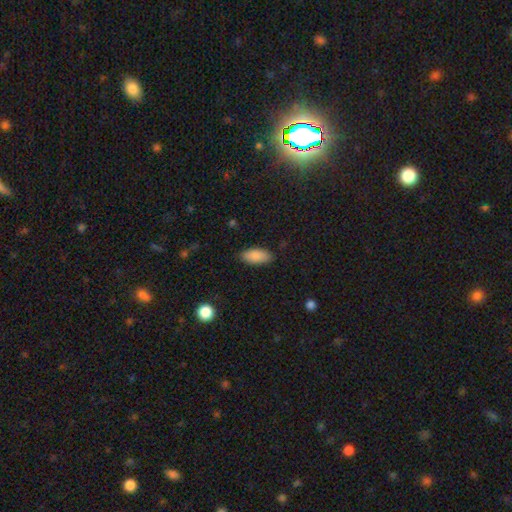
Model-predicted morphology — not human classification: smooth-or-featured: smooth: 88% | star or artifact: 7% | featured or disk: 6%
  how-rounded: in between: 89% | cigar-shaped: 9% | round: 2%
  merging: none: 85% | minor disturbance: 11% | major disturbance: 2% | merger: 1%